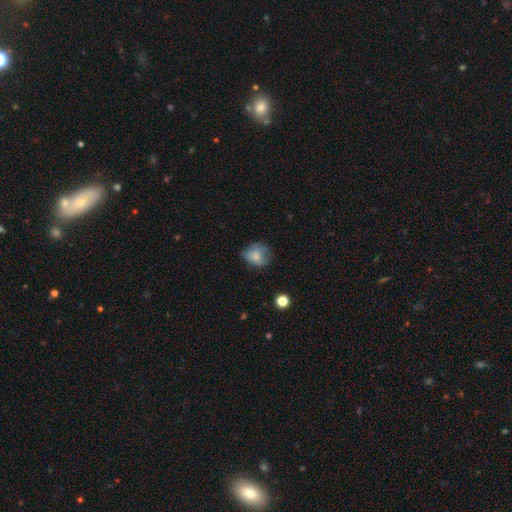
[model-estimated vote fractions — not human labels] smooth-or-featured: smooth: 74% | featured or disk: 16% | star or artifact: 9%
  how-rounded: round: 69% | in between: 30% | cigar-shaped: 1%
  merging: none: 59% | minor disturbance: 28% | major disturbance: 11% | merger: 2%